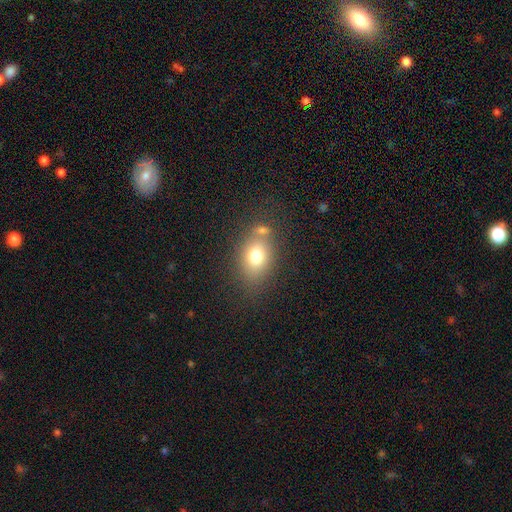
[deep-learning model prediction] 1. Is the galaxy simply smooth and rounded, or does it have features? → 74% smooth, 14% featured or disk, 12% star or artifact.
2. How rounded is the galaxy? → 66% in between, 32% round, 1% cigar-shaped.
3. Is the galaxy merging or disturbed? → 59% none, 21% merger, 14% minor disturbance, 6% major disturbance.